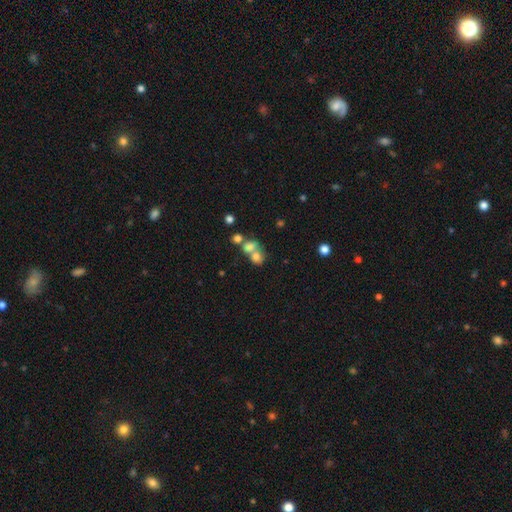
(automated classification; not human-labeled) smooth 71%, featured or disk 15%, star or artifact 13%. Down the decision tree: how rounded — round (56%); merging — merger (60%).